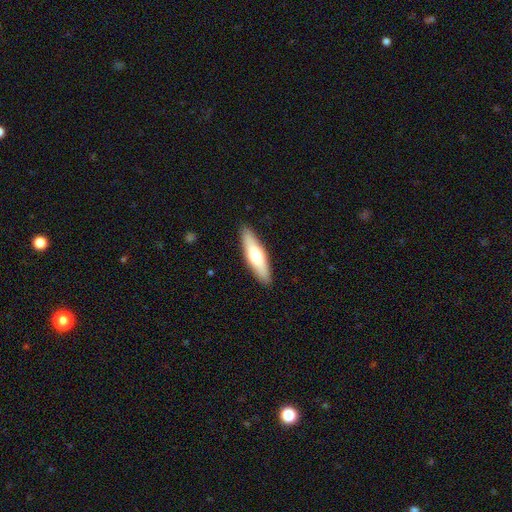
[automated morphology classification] Overall: smooth (60%; featured or disk 35%). How rounded: cigar-shaped (68%; in between 31%). Merging: none (89%).